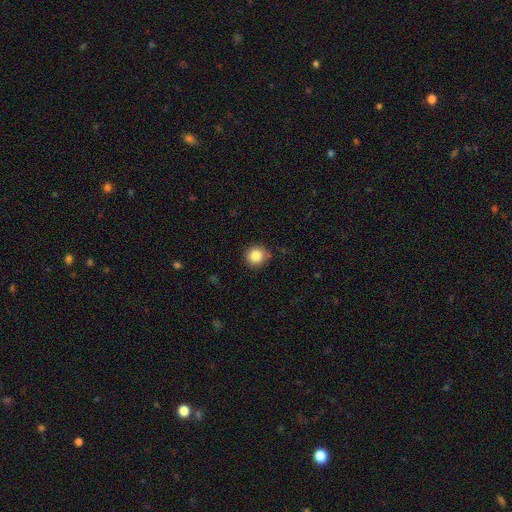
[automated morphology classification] smooth 85%, star or artifact 10%, featured or disk 5%. Down the decision tree: how rounded — round (91%); merging — none (86%).